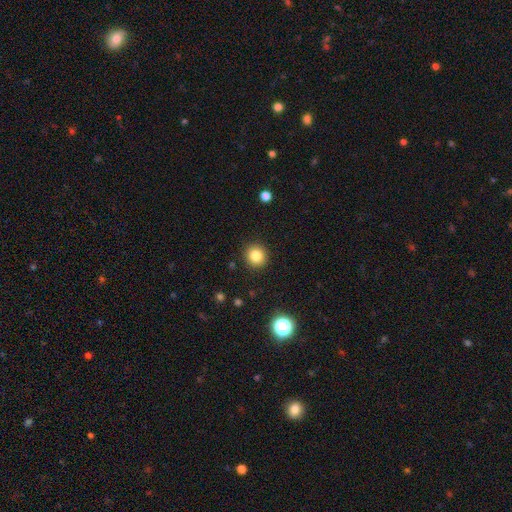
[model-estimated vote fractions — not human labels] The model was most divided on "smooth or featured": smooth: 83%, star or artifact: 11%, featured or disk: 5%. More confident: how rounded — round (92%); merging — none (91%).